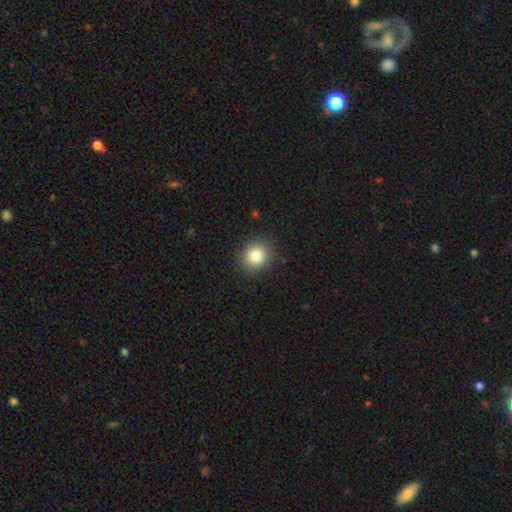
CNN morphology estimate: Smooth or featured? smooth (83%)
How rounded? round (80%)
Merging? none (89%)